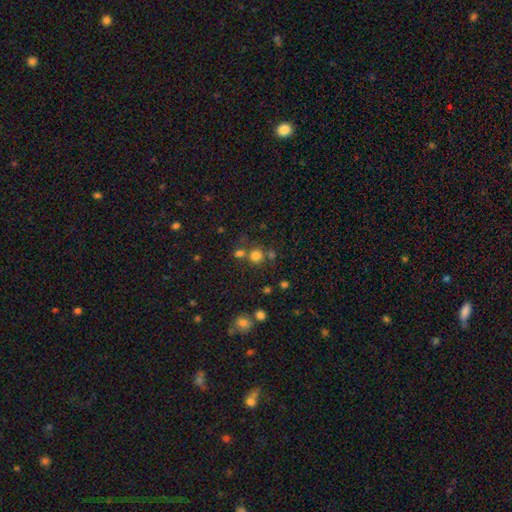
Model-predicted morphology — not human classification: A smooth galaxy with no disk features (75%) that is round (90%).

Vote fractions:
- Smooth or featured? smooth: 75% / star or artifact: 18% / featured or disk: 7%
- How rounded? round: 90% / in between: 9% / cigar-shaped: 1%
- Merging? none: 64% / merger: 23% / minor disturbance: 8% / major disturbance: 4%